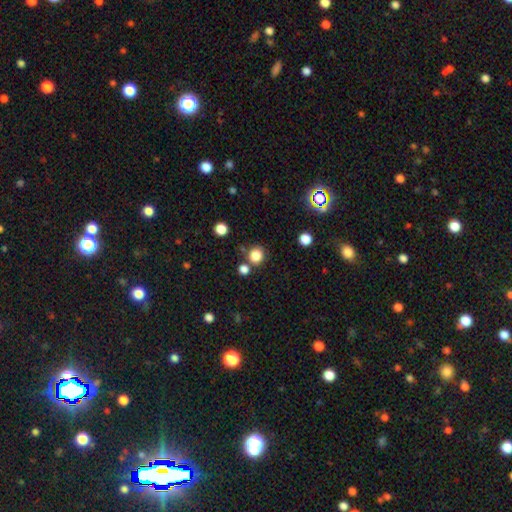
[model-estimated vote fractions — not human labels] A smooth galaxy with no disk features (83%) that is round (91%). Merging: none (79%).